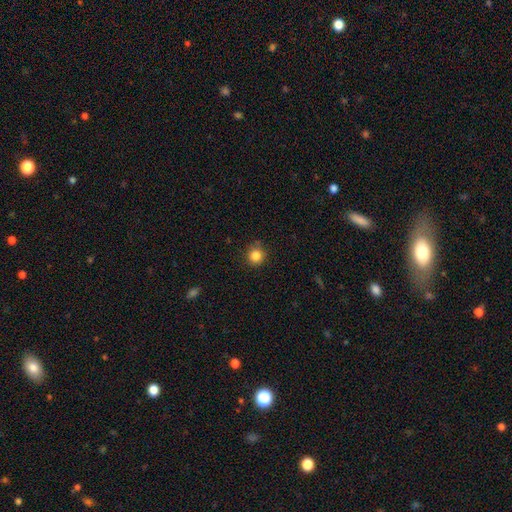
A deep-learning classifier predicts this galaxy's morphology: smooth 84%, star or artifact 11%, featured or disk 4%. Down the decision tree: how rounded — round (93%); merging — none (84%).